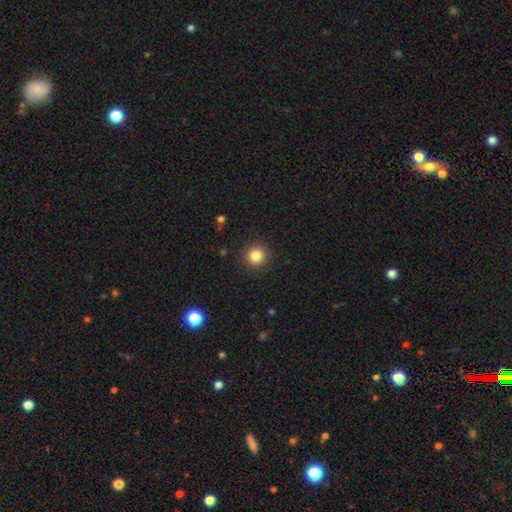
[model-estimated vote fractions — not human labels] Smooth or featured? smooth (85%)
How rounded? round (95%)
Merging? none (91%)